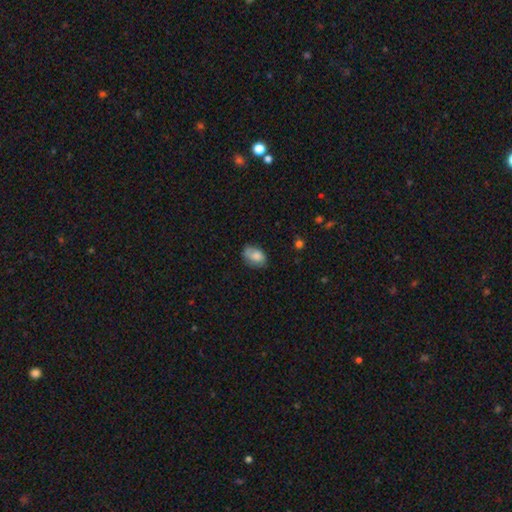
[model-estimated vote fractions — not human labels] This is likely a smooth galaxy (79%). How rounded: clearly in between (86%). Merging: likely none (63%).